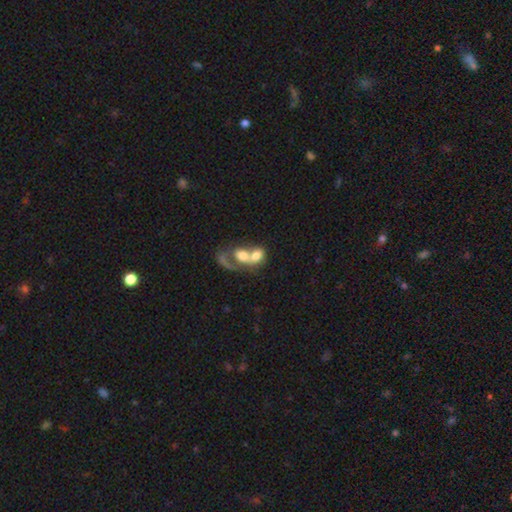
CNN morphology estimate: smooth-or-featured: smooth: 56% | featured or disk: 35% | star or artifact: 9%
  how-rounded: in between: 62% | round: 36% | cigar-shaped: 2%
  merging: merger: 81% | major disturbance: 8% | none: 7% | minor disturbance: 4%